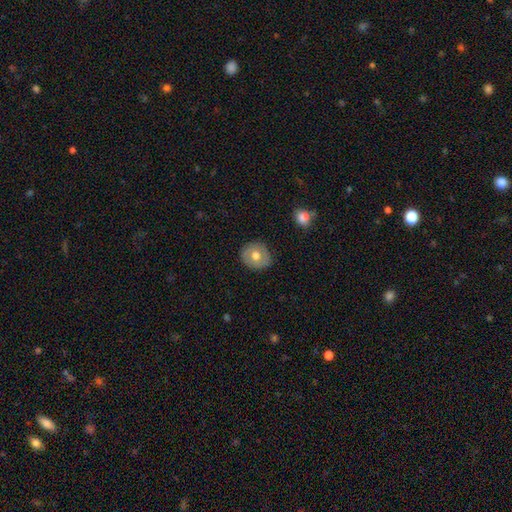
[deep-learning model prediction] Q: Smooth or featured?
A: smooth (60%); runner-up: featured or disk (33%)
Q: How rounded?
A: round (83%); runner-up: in between (16%)
Q: Merging?
A: none (85%); runner-up: minor disturbance (12%)